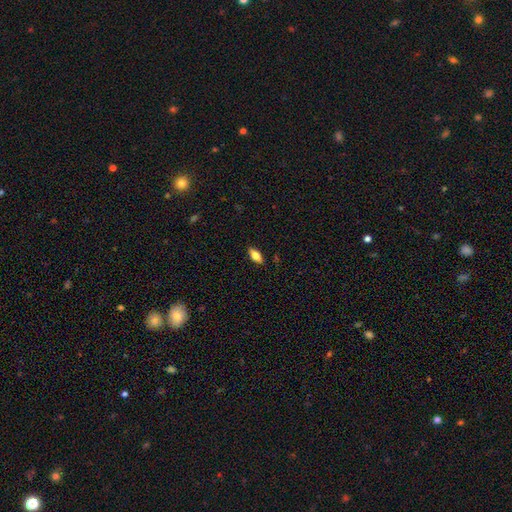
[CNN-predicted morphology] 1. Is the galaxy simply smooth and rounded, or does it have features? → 66% smooth, 26% featured or disk, 8% star or artifact.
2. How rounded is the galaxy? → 79% in between, 18% cigar-shaped, 3% round.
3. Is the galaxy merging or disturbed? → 87% none, 9% minor disturbance, 2% major disturbance, 1% merger.